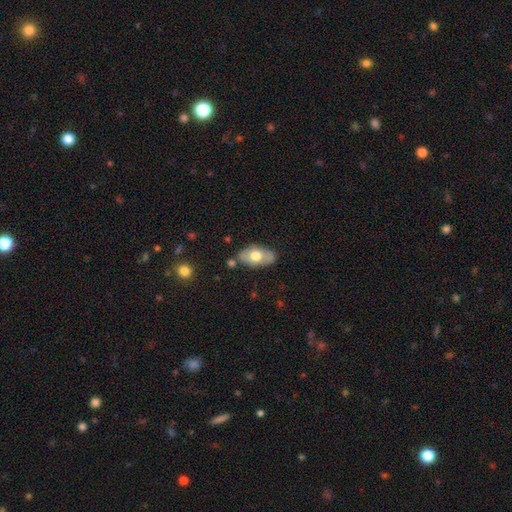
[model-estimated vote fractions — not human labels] Smooth or featured: smooth — 56% (featured or disk — 38%)
How rounded: in between — 91% (round — 6%)
Merging: none — 74% (minor disturbance — 17%)